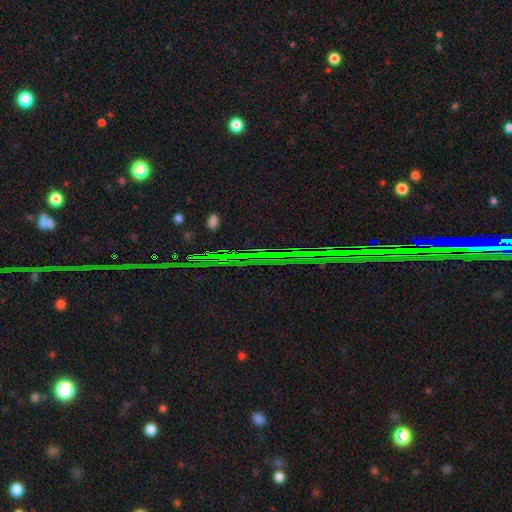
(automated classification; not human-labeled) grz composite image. It shows a star or artifact, not a galaxy (83%).